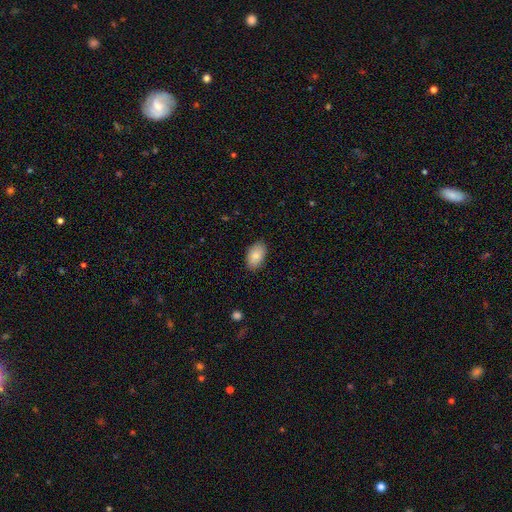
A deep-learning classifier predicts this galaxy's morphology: Smooth or featured? smooth (83%)
How rounded? in between (92%)
Merging? none (86%)